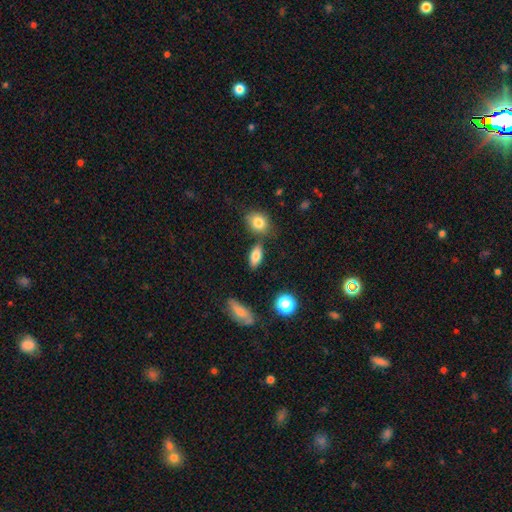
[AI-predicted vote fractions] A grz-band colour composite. It shows a smooth galaxy with no disk features (80%) that is in between round and cigar-shaped (83%). Merging: none (76%).